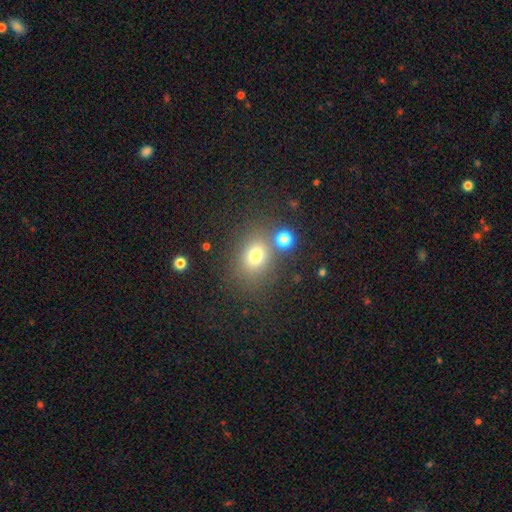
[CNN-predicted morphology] This appears to be a smooth galaxy with no disk features (73%) that is round (50%). Merging: none (68%).